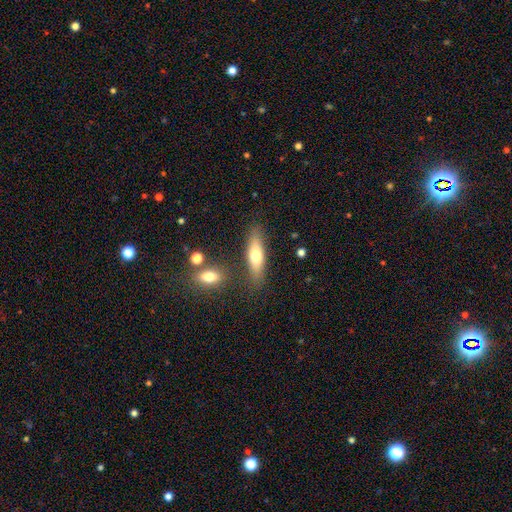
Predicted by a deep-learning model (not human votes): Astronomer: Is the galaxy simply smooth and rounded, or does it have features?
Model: smooth — 65%.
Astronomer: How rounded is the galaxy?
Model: cigar-shaped — 57% (runner-up: in between, 41%).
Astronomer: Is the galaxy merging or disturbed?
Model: none — 78%.